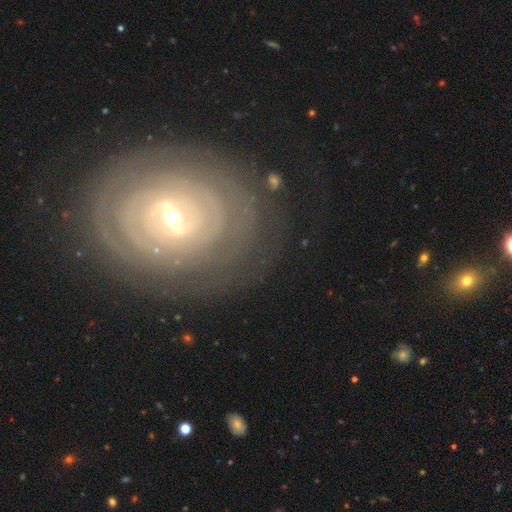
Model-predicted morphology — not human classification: Overall: featured or disk (83%). Edge-on disk: no (95%). Bar: weak (42%; strong 36%). Spiral arms: yes (89%). Spiral arm count: can't tell (45%; 2 16%). Spiral winding: tight (86%). Bulge size: small (55%; moderate 40%). Merging: none (83%).